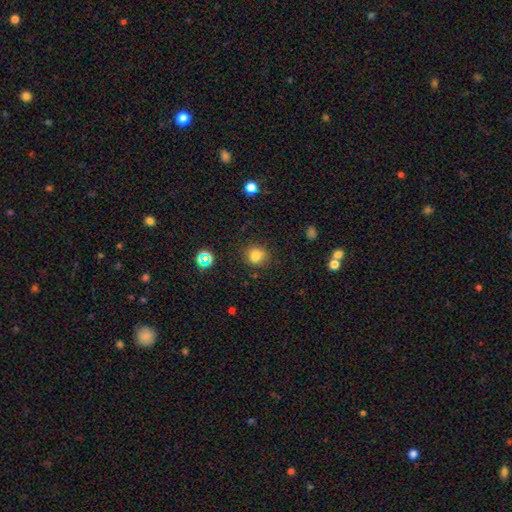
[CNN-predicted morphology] Smooth or featured?
  - smooth: 77% *
  - star or artifact: 16%
  - featured or disk: 7%
How rounded?
  - round: 72% *
  - in between: 27%
  - cigar-shaped: 1%
Merging?
  - none: 75% *
  - minor disturbance: 14%
  - merger: 6%
  - major disturbance: 5%